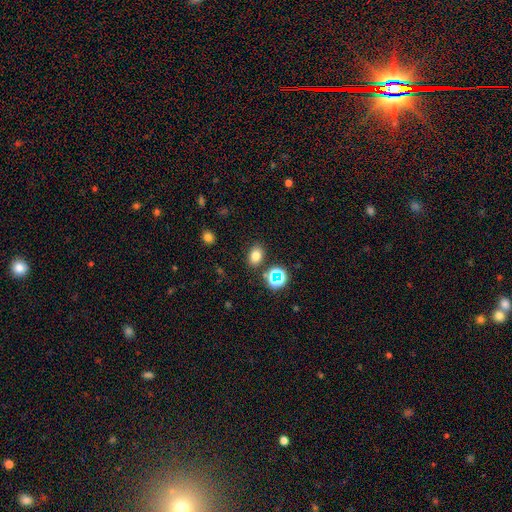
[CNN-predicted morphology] Smooth or featured?
  - smooth: 76% *
  - star or artifact: 16%
  - featured or disk: 8%
How rounded?
  - in between: 72% *
  - round: 27%
  - cigar-shaped: 1%
Merging?
  - none: 82% *
  - minor disturbance: 9%
  - merger: 5%
  - major disturbance: 3%